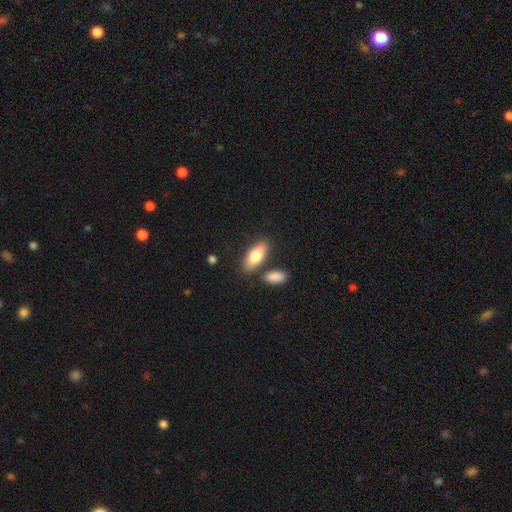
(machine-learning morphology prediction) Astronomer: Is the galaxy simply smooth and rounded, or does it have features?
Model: smooth — 81%.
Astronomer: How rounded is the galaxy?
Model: in between — 83%.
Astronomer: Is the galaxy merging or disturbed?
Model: none — 74%.